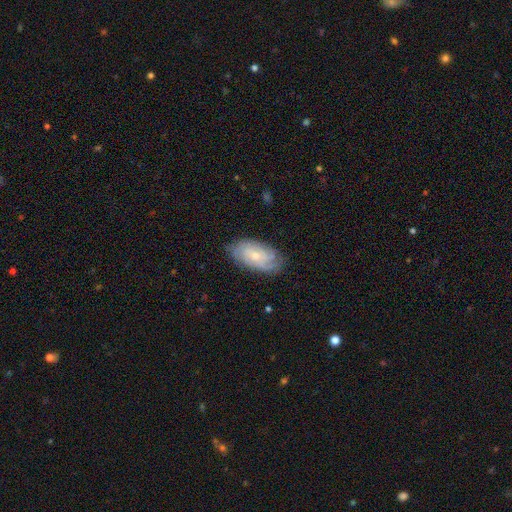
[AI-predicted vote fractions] This is likely a featured or disk galaxy (63%). It is clearly not viewed edge-on (93%). Bar: likely no (71%). Spiral arm pattern: clearly yes (88%). Spiral arm count: possibly can't tell (50%). Spiral winding: likely tight (62%). Central bulge: likely small (63%). Merging: likely none (76%).